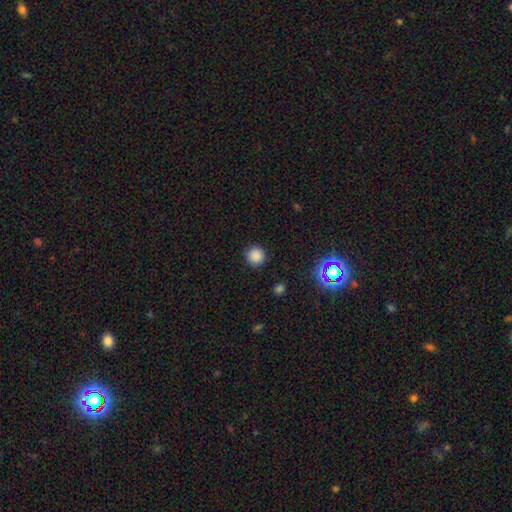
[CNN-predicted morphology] Q: Smooth or featured?
A: smooth (84%); runner-up: star or artifact (13%)
Q: How rounded?
A: round (95%); runner-up: in between (4%)
Q: Merging?
A: none (91%); runner-up: minor disturbance (6%)